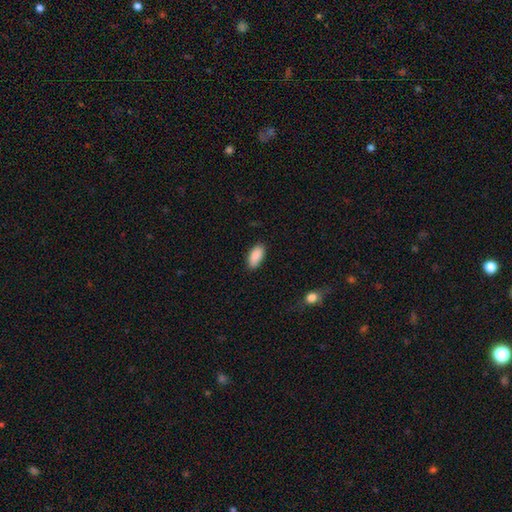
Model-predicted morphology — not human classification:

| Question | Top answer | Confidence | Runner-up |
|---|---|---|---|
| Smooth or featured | smooth | 90% | star or artifact (7%) |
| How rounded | in between | 92% | cigar-shaped (6%) |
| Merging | none | 84% | minor disturbance (12%) |